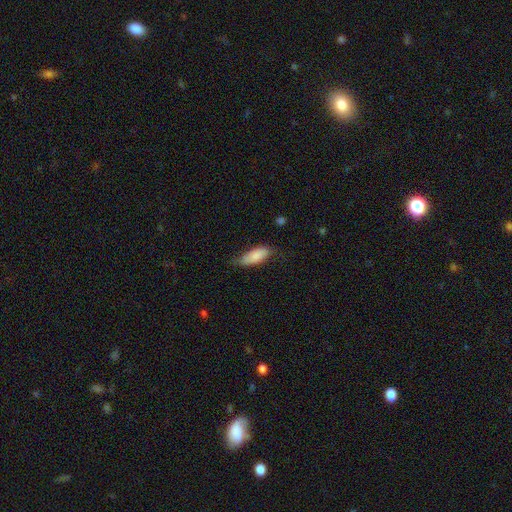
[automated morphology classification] Smooth or featured? smooth (82%)
How rounded? in between (79%)
Merging? none (63%)